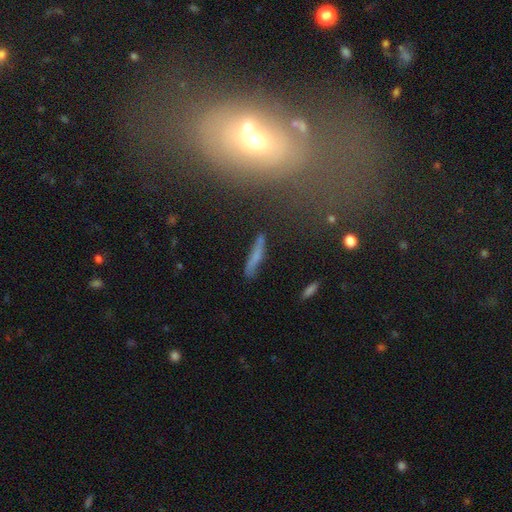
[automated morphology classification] Smooth or featured: smooth — 52% (featured or disk — 36%)
How rounded: cigar-shaped — 89% (in between — 9%)
Merging: none — 76% (minor disturbance — 16%)